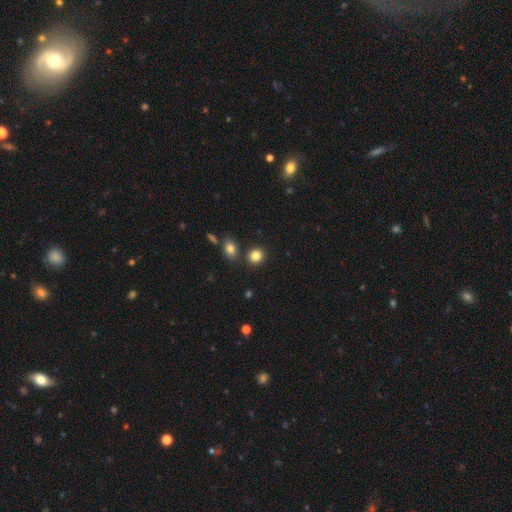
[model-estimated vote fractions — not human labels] This appears to be a smooth galaxy with no disk features (84%) that is round (80%). Merging: none (82%).